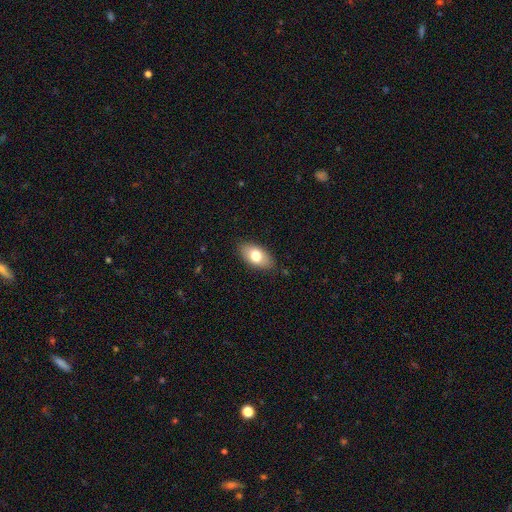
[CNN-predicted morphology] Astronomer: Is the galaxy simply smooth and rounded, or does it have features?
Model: smooth — 74%.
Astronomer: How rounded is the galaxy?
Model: in between — 92%.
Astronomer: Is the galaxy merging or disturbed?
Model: none — 85%.